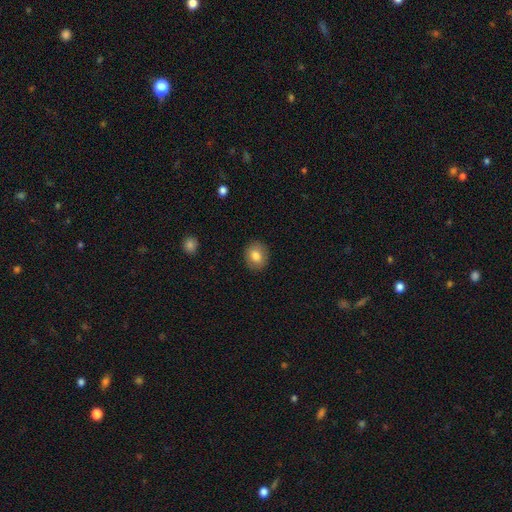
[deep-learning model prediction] smooth-or-featured: smooth: 81% | featured or disk: 11% | star or artifact: 8%
  how-rounded: round: 66% | in between: 33% | cigar-shaped: 1%
  merging: none: 88% | minor disturbance: 8% | major disturbance: 2% | merger: 1%